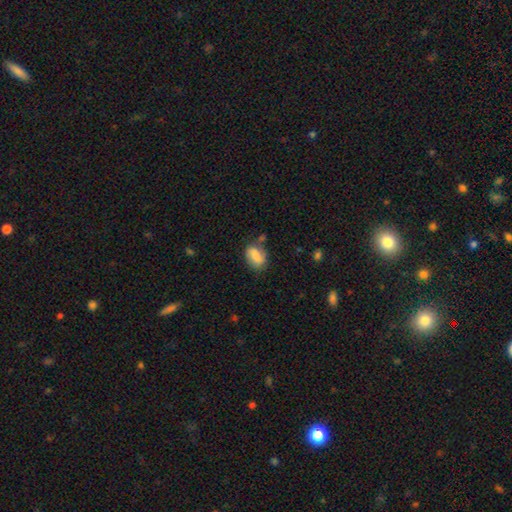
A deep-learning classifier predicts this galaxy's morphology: smooth_or_featured: smooth (p=0.79) [alt: featured or disk p=0.14]
how_rounded: in between (p=0.84) [alt: round p=0.11]
merging: none (p=0.67) [alt: minor disturbance p=0.21]